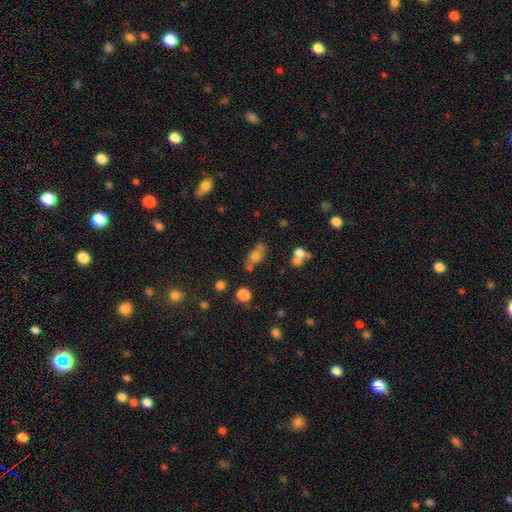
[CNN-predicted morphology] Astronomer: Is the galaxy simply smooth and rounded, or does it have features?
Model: smooth — 66%.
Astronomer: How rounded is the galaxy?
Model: in between — 75%.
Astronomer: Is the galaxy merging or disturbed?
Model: none — 56%.